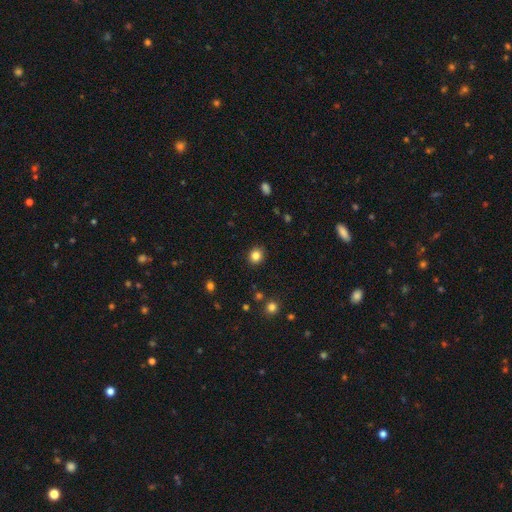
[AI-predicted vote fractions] Overall: smooth (83%). How rounded: round (82%). Merging: none (90%).